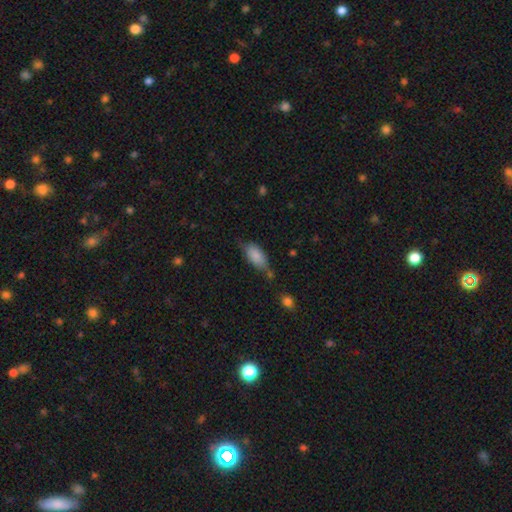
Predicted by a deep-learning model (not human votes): smooth_or_featured: smooth (p=0.84) [alt: featured or disk p=0.10]
how_rounded: in between (p=0.88) [alt: cigar-shaped p=0.09]
merging: none (p=0.49) [alt: minor disturbance p=0.35]